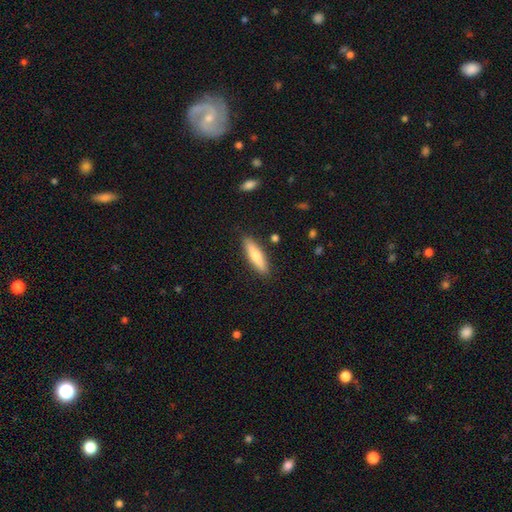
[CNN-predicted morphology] This is likely a smooth galaxy (69%). How rounded: likely cigar-shaped (70%). Merging: clearly none (88%).